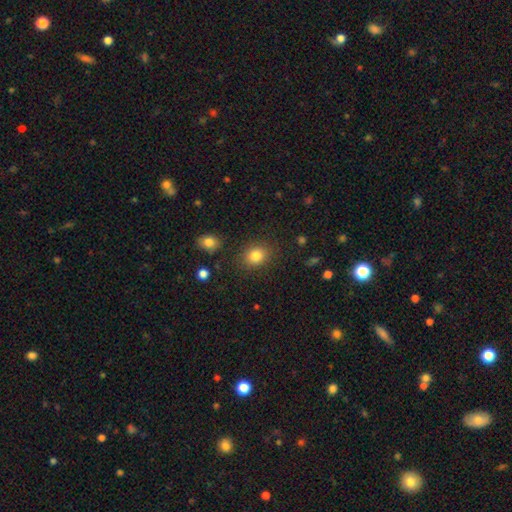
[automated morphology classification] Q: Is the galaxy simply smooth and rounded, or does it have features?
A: smooth — 84%.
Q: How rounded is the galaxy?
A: round — 56%.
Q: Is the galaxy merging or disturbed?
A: none — 84%.